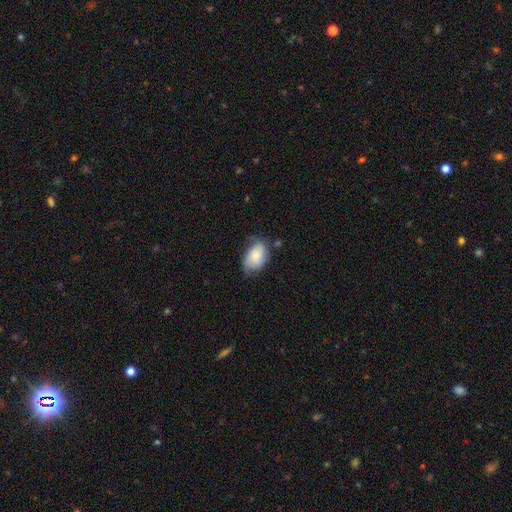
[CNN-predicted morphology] Overall: smooth (74%). How rounded: in between (88%). Merging: none (48%; minor disturbance 38%).